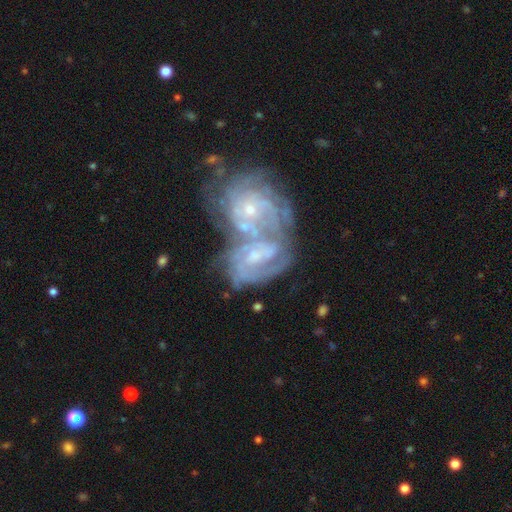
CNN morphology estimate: The model was most divided on "spiral arm count": can't tell: 41%, 3: 19%, 2: 17%, 4: 10%, more than 4: 7%, 1: 6%. More confident: edge-on disk — no (97%); spiral arms — yes (91%); smooth or featured — featured or disk (84%); merging — merger (75%); bulge size — small (67%); bar — no (60%); spiral winding — tight (60%).